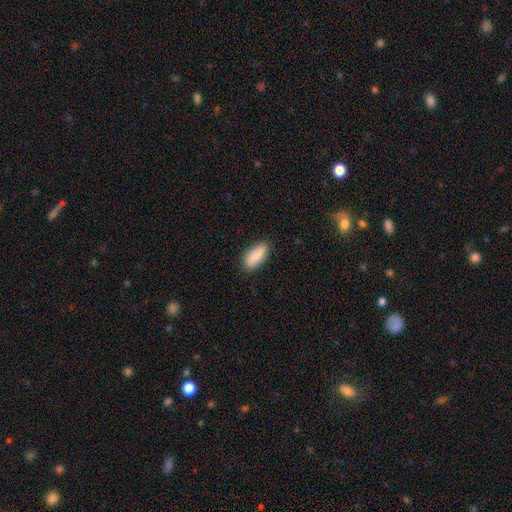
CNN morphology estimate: A smooth galaxy with no disk features (88%) that is in between round and cigar-shaped (84%).

Vote fractions:
- Smooth or featured? smooth: 88% / featured or disk: 6% / star or artifact: 6%
- How rounded? in between: 84% / cigar-shaped: 14% / round: 2%
- Merging? none: 88% / minor disturbance: 9% / major disturbance: 2% / merger: 1%